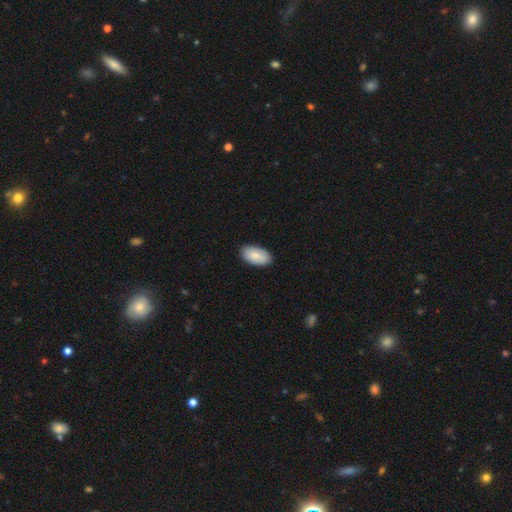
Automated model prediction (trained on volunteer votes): Smooth or featured? smooth (85%)
How rounded? in between (95%)
Merging? none (88%)